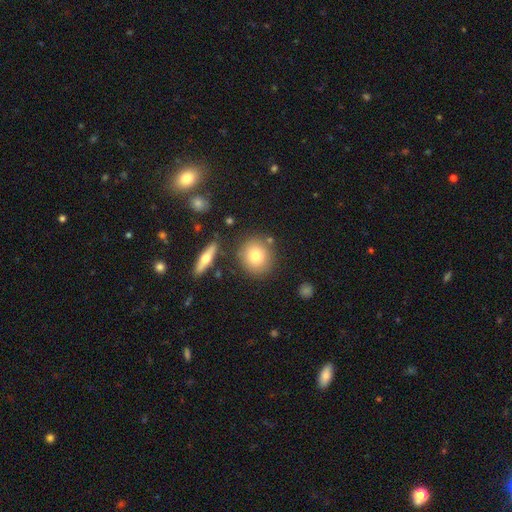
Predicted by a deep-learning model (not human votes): Morphology: type=smooth (77%); roundness=round (82%); merging=none (80%).